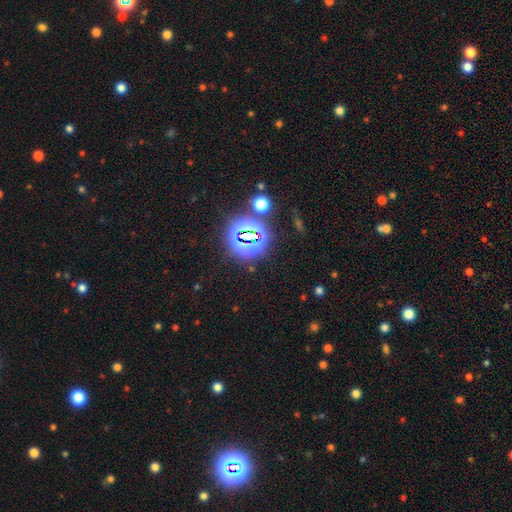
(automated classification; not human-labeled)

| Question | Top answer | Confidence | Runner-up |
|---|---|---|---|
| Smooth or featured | star or artifact | 82% | smooth (11%) |